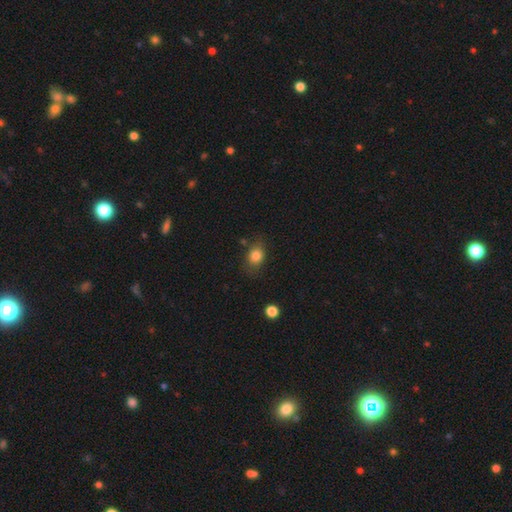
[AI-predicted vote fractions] This appears to be a smooth galaxy with no disk features (82%) that is in between round and cigar-shaped (57%). Merging: none (73%).